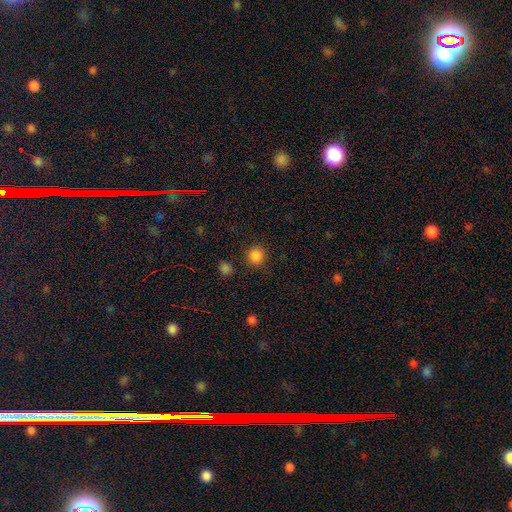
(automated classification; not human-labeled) Smooth or featured? smooth (85%)
How rounded? round (91%)
Merging? none (88%)